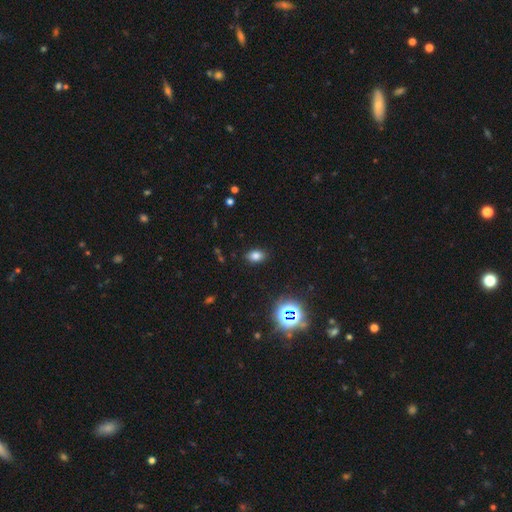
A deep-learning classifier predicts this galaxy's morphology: Smooth or featured? smooth (76%)
How rounded? in between (83%)
Merging? none (87%)